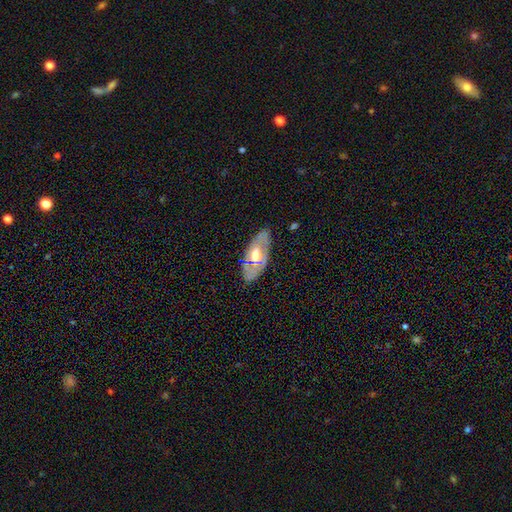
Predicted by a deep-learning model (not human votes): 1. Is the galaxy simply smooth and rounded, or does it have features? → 53% featured or disk, 40% smooth, 7% star or artifact.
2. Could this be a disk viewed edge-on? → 74% no, 26% yes.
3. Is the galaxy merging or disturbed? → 79% none, 16% minor disturbance, 4% major disturbance, 2% merger.